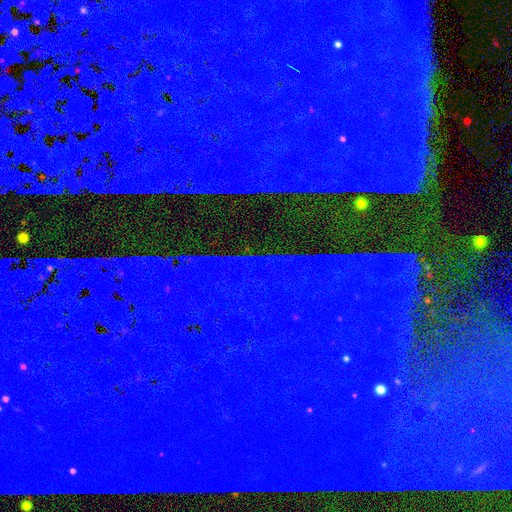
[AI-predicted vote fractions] Q: Smooth or featured?
A: star or artifact (84%); runner-up: featured or disk (8%)